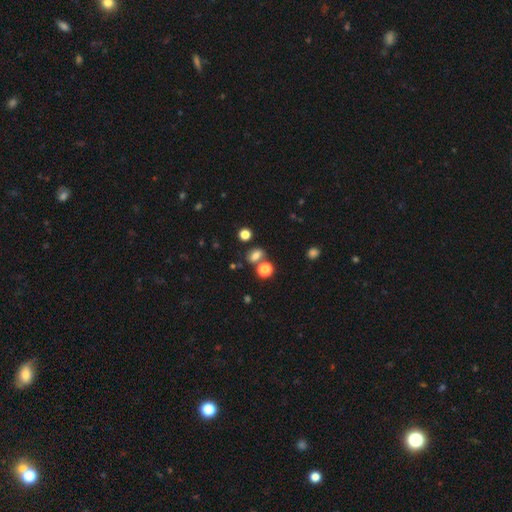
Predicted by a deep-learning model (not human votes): A smooth galaxy with no disk features (74%) that is in between round and cigar-shaped (65%). Merging: none (65%).